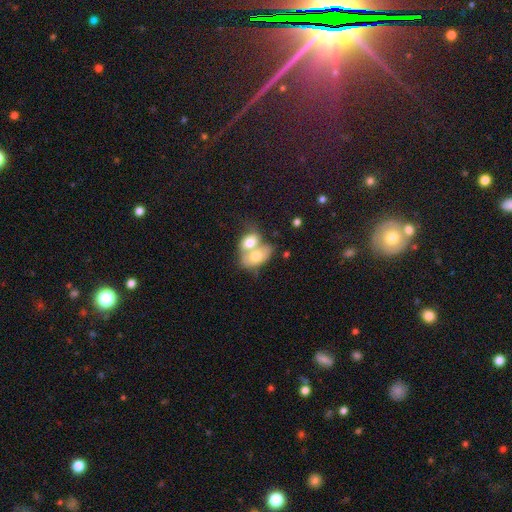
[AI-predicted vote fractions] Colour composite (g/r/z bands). It shows a smooth galaxy with no disk features (64%) that is in between round and cigar-shaped (77%). Merging: merger (78%).